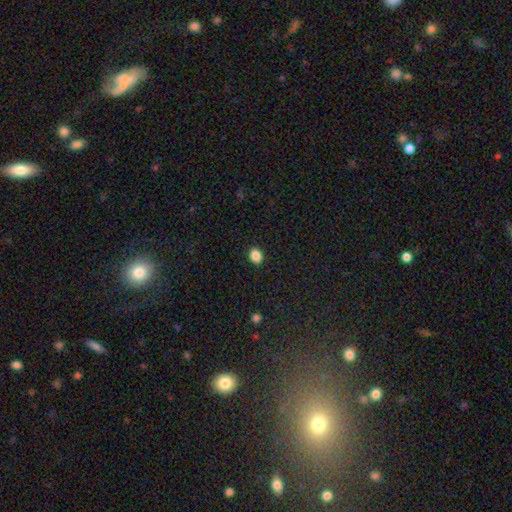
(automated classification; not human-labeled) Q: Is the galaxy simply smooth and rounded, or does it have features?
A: smooth — 87%.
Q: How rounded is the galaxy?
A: in between — 54%.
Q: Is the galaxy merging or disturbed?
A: none — 91%.